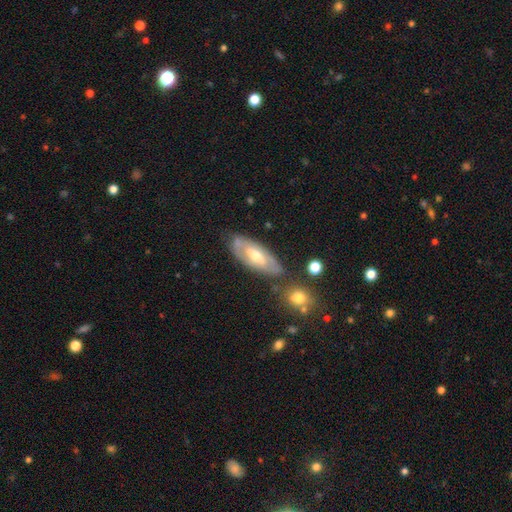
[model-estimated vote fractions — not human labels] Morphology: type=featured or disk (68%); edge-on=no (83%); bar=weak (41%); spiral arms=yes (61%); bulge=moderate (70%); merging=none (72%).